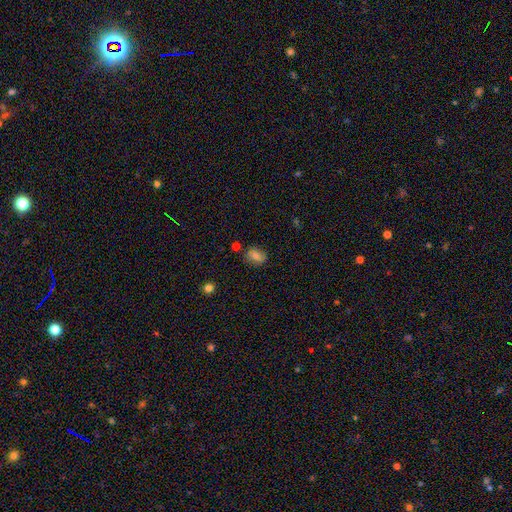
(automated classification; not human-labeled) Q: Smooth or featured?
A: smooth (73%); runner-up: star or artifact (15%)
Q: How rounded?
A: in between (58%); runner-up: round (40%)
Q: Merging?
A: none (78%); runner-up: minor disturbance (14%)